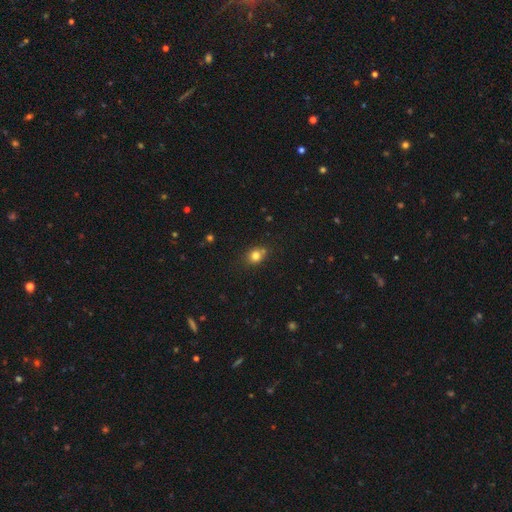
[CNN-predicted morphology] The model was most divided on "how rounded": round: 66%, in between: 33%, cigar-shaped: 1%. More confident: smooth or featured — smooth (79%); merging — none (71%).